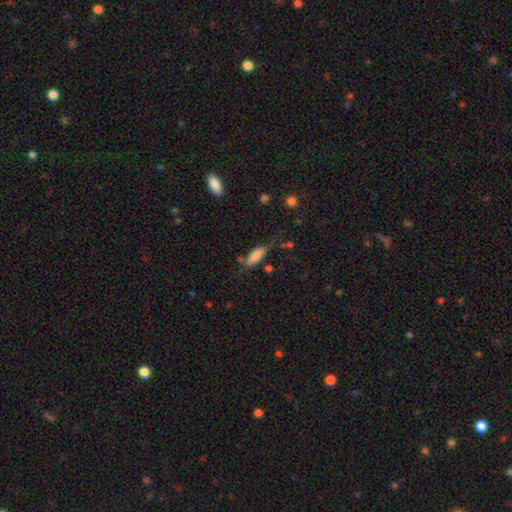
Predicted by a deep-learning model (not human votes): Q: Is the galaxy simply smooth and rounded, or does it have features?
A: smooth — 82%.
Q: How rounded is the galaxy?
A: in between — 71%.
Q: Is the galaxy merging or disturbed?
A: none — 62%.